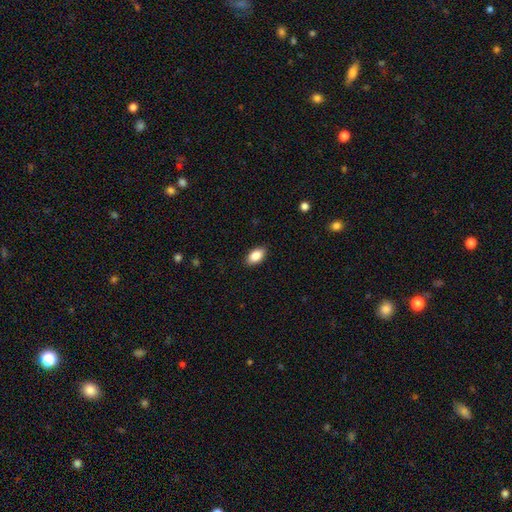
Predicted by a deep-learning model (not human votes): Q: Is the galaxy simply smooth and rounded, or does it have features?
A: smooth — 87%.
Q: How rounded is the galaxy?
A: in between — 93%.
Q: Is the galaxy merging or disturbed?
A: none — 88%.